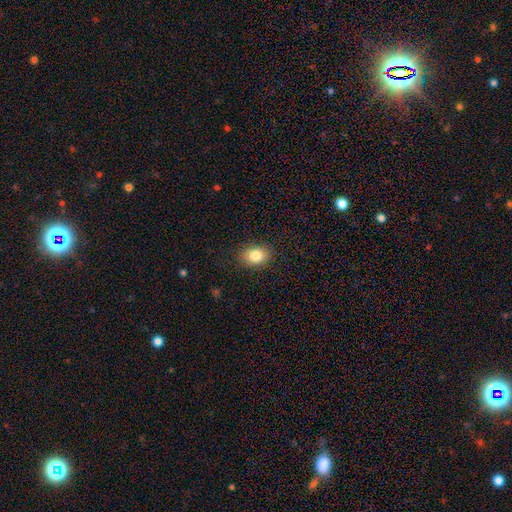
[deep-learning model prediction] This is clearly a smooth galaxy (83%). How rounded: likely in between (74%). Merging: clearly none (87%).